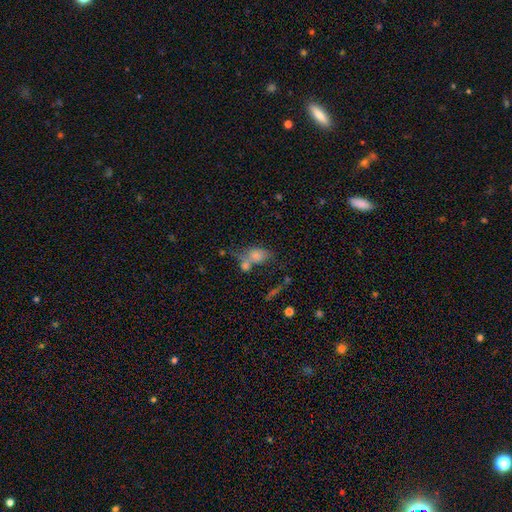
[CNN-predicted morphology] Smooth or featured? smooth (64%)
How rounded? in between (73%)
Merging? merger (38%)